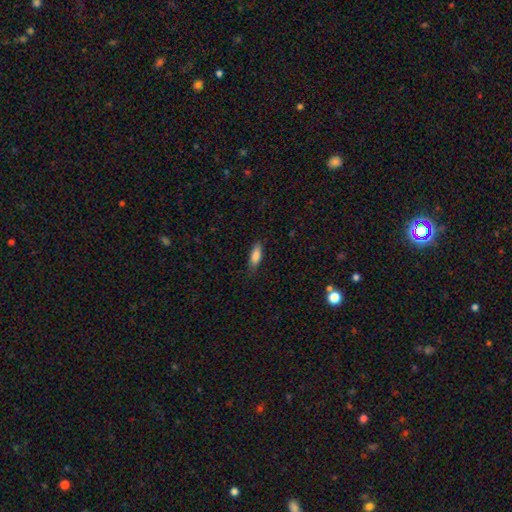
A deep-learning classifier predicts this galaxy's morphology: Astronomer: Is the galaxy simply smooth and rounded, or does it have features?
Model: smooth — 84%.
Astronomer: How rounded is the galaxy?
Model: in between — 64%.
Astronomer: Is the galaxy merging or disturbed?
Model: none — 81%.